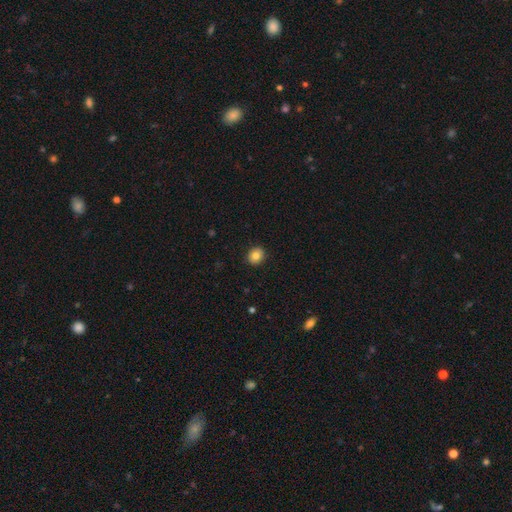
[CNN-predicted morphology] smooth_or_featured: smooth (p=0.82) [alt: star or artifact p=0.09]
how_rounded: round (p=0.74) [alt: in between p=0.25]
merging: none (p=0.91) [alt: minor disturbance p=0.07]